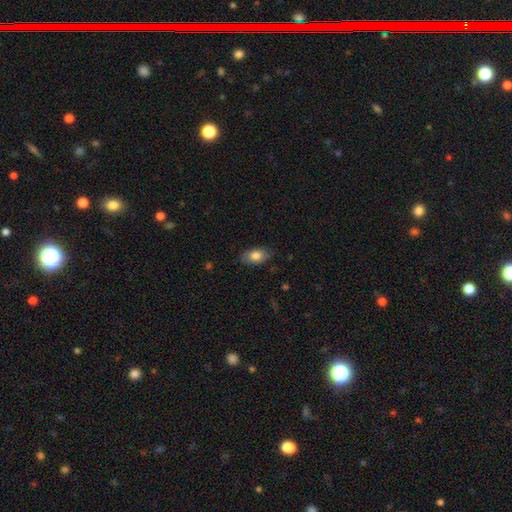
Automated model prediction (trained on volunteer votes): Smooth or featured?
  - smooth: 79% *
  - featured or disk: 14%
  - star or artifact: 7%
How rounded?
  - in between: 92% *
  - round: 6%
  - cigar-shaped: 2%
Merging?
  - none: 82% *
  - minor disturbance: 15%
  - major disturbance: 3%
  - merger: 1%